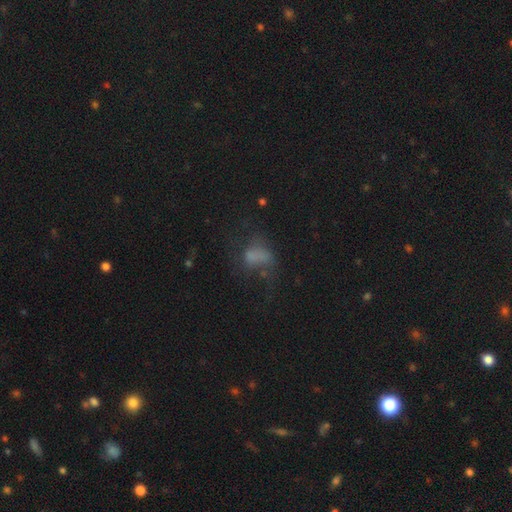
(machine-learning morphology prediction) Smooth or featured: smooth — 49% (featured or disk — 31%)
Merging: major disturbance — 43% (none — 32%)